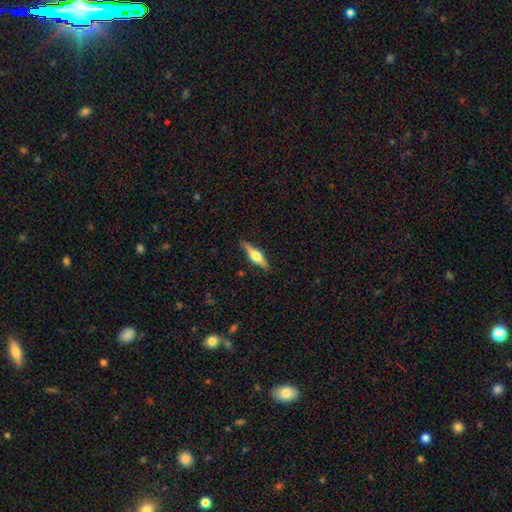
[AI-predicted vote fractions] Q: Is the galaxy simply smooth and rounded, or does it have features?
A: featured or disk — 64%.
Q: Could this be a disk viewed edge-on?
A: yes — 96%.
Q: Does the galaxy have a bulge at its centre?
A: rounded — 93%.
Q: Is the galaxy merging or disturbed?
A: none — 88%.